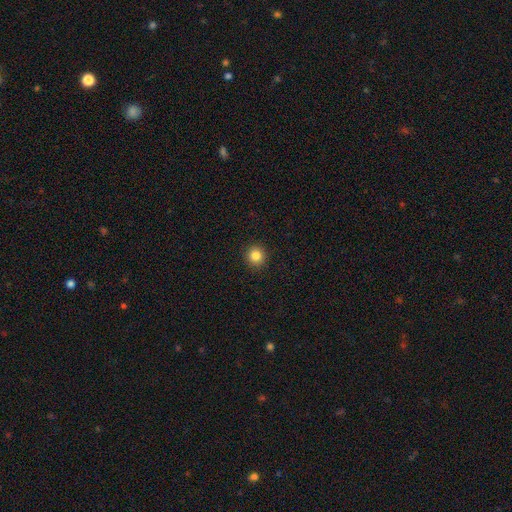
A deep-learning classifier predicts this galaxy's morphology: smooth 85%, star or artifact 11%, featured or disk 5%. Down the decision tree: how rounded — round (94%); merging — none (92%).